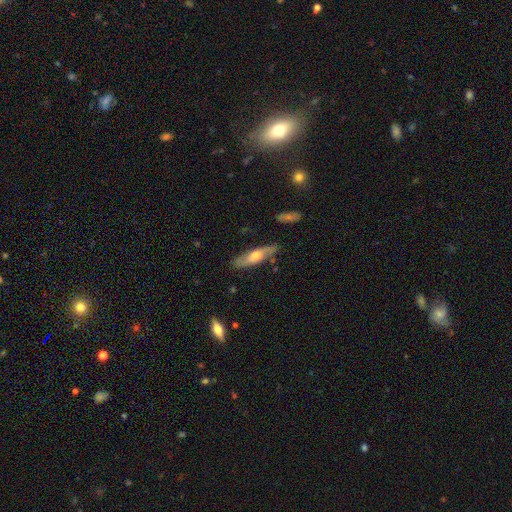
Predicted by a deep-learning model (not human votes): Morphology: type=smooth (52%); roundness=cigar-shaped (65%); merging=none (82%).